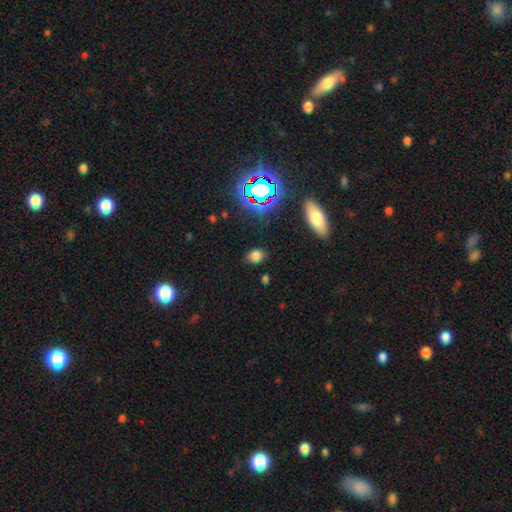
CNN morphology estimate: This is likely a smooth galaxy (73%). How rounded: likely in between (60%). Merging: clearly none (81%).